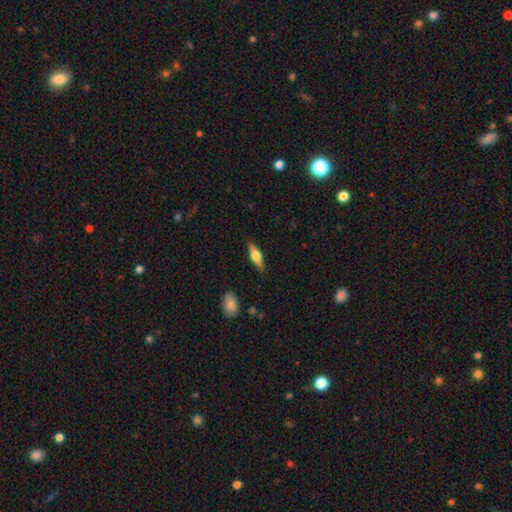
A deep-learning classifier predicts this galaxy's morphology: A featured or disk galaxy (48%).

Vote fractions:
- Smooth or featured? featured or disk: 48% / smooth: 46% / star or artifact: 6%
- Merging? none: 86% / minor disturbance: 10% / major disturbance: 2% / merger: 1%